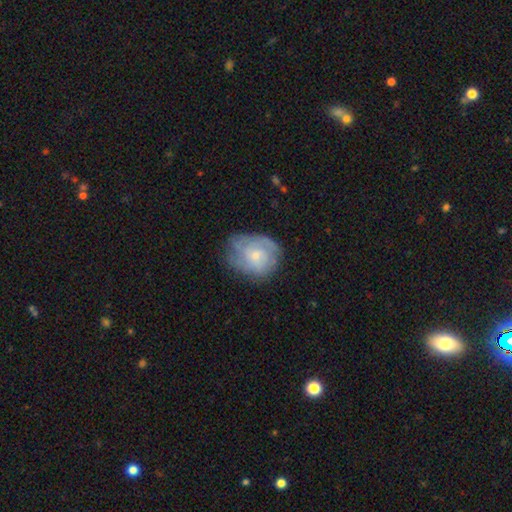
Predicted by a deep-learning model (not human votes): A featured or disk galaxy (56%) with no bar (74%), spiral arms (79%) and a small central bulge (55%).

Vote fractions:
- Smooth or featured? featured or disk: 56% / smooth: 37% / star or artifact: 7%
- Edge-on disk? no: 97% / yes: 3%
- Bar? no: 74% / weak: 24% / strong: 3%
- Spiral arms? yes: 79% / no: 21%
- Bulge size? small: 55% / moderate: 36% / none: 5% / large: 3% / dominant: 1%
- Merging? none: 62% / minor disturbance: 26% / major disturbance: 11% / merger: 2%